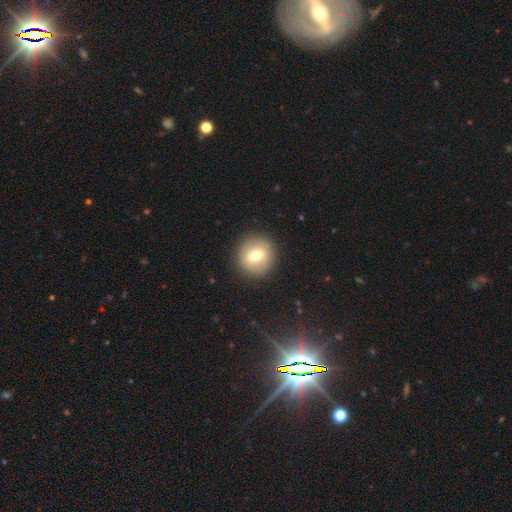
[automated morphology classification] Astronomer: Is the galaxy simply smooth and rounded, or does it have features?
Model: smooth — 65%.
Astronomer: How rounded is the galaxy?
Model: round — 89%.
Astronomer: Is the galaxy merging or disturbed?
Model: none — 89%.